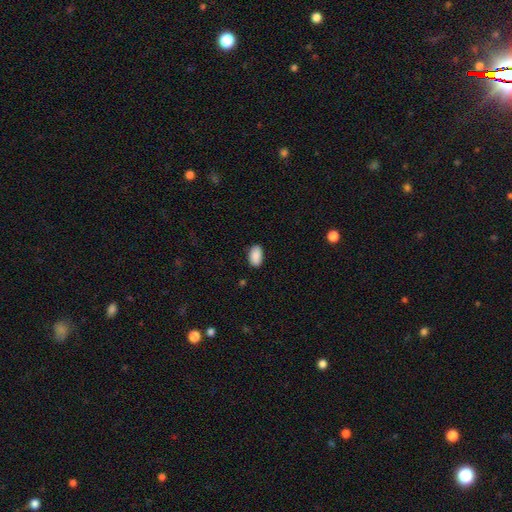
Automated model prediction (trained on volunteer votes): This is clearly a smooth galaxy (90%). How rounded: clearly in between (94%). Merging: clearly none (87%).